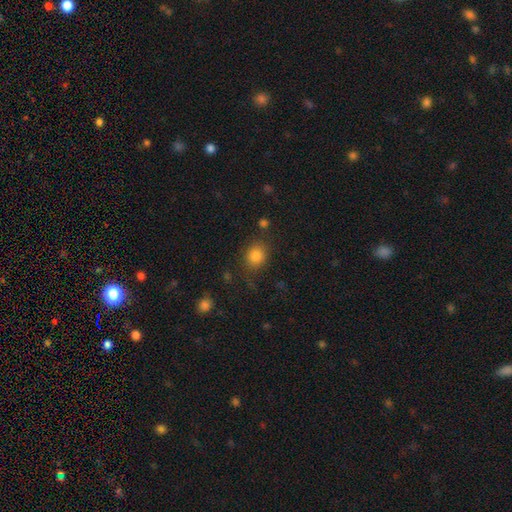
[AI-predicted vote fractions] Smooth or featured?
  - smooth: 84% *
  - star or artifact: 11%
  - featured or disk: 5%
How rounded?
  - round: 67% *
  - in between: 32%
  - cigar-shaped: 1%
Merging?
  - none: 77% *
  - minor disturbance: 14%
  - major disturbance: 6%
  - merger: 3%